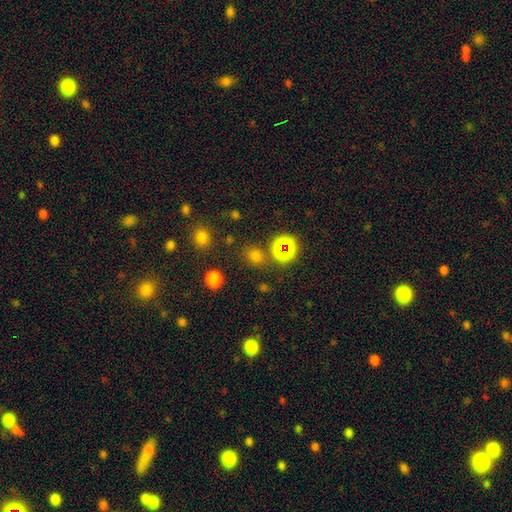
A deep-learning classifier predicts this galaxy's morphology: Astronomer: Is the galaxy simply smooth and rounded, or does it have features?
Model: smooth — 61%.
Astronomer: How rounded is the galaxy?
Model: round — 69%.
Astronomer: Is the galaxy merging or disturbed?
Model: none — 76%.